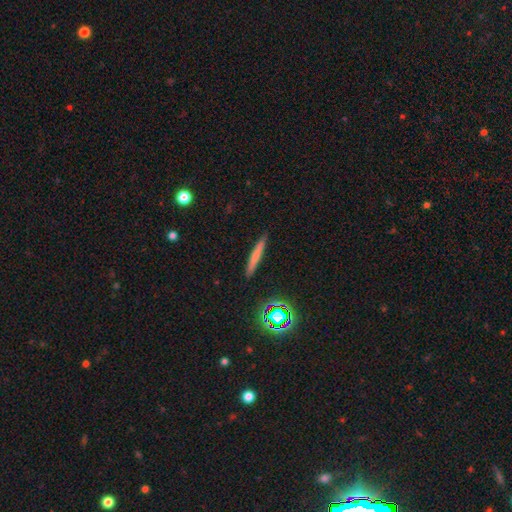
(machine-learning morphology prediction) Smooth or featured? Predicted: smooth (p=0.62). How rounded? Predicted: cigar-shaped (p=0.94). Merging? Predicted: none (p=0.90).